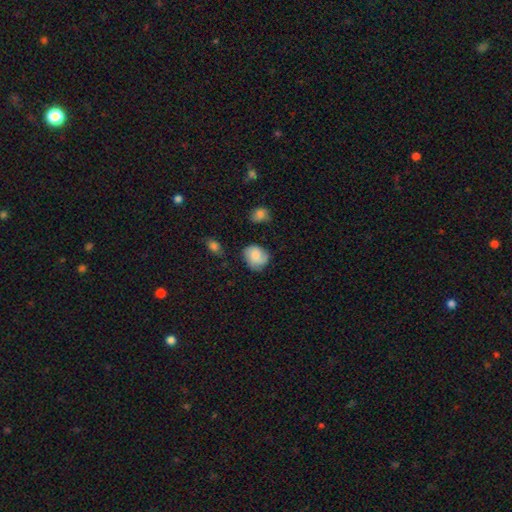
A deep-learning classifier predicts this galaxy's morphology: smooth-or-featured: smooth: 71% | featured or disk: 21% | star or artifact: 8%
  how-rounded: round: 62% | in between: 37% | cigar-shaped: 1%
  merging: none: 60% | minor disturbance: 28% | major disturbance: 9% | merger: 3%